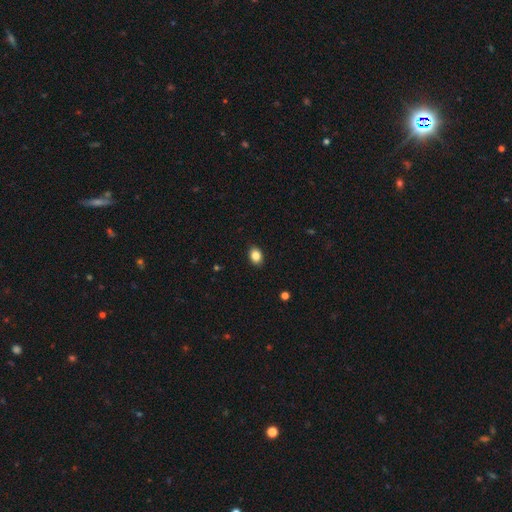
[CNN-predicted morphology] Smooth or featured? smooth (85%)
How rounded? in between (69%)
Merging? none (89%)